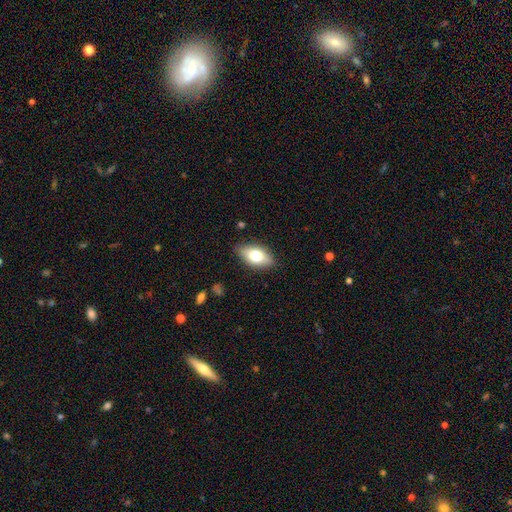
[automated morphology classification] Smooth or featured? Predicted: smooth (p=0.70). How rounded? Predicted: in between (p=0.89). Merging? Predicted: none (p=0.85).